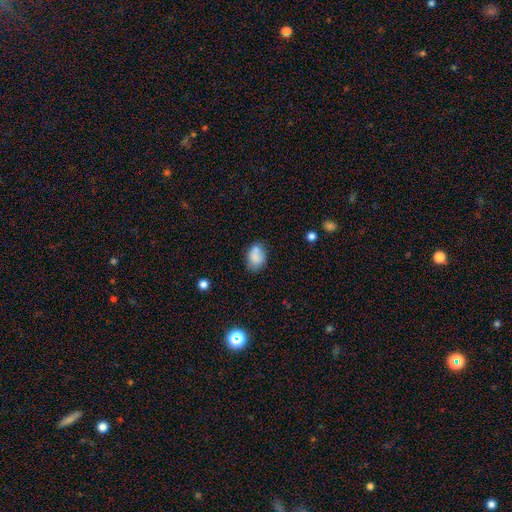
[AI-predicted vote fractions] Q: Smooth or featured?
A: smooth (79%); runner-up: featured or disk (12%)
Q: How rounded?
A: in between (76%); runner-up: round (23%)
Q: Merging?
A: none (59%); runner-up: minor disturbance (24%)